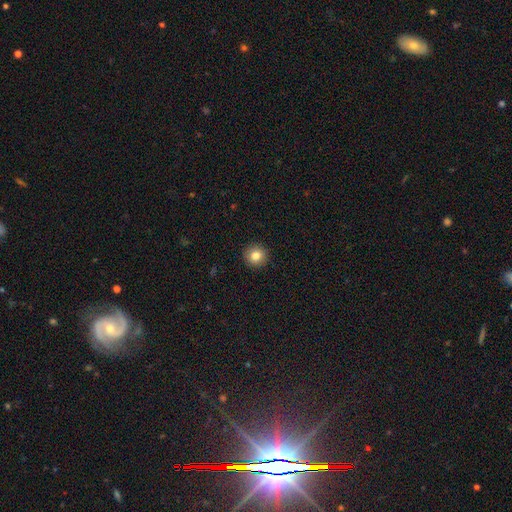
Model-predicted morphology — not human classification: Smooth or featured: smooth — 82% (star or artifact — 10%)
How rounded: round — 94% (in between — 5%)
Merging: none — 93% (minor disturbance — 4%)